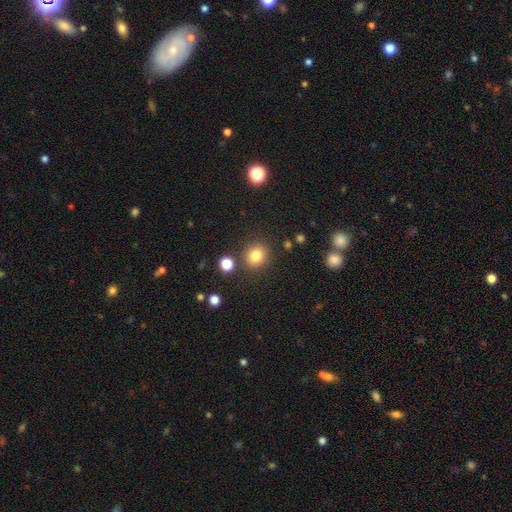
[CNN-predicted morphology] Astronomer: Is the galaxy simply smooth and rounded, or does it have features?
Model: smooth — 81%.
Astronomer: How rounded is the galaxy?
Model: round — 84%.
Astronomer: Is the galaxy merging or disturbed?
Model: none — 84%.